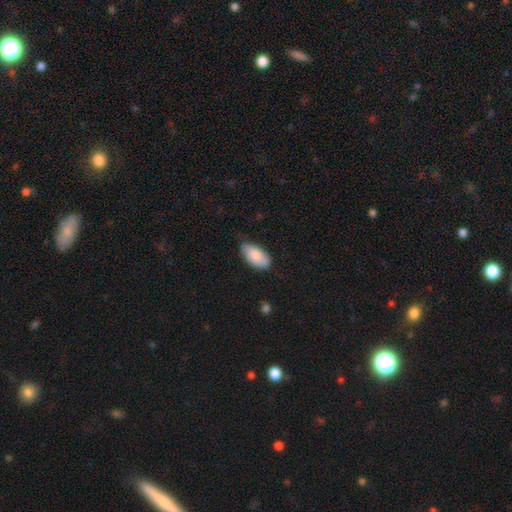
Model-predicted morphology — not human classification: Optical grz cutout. It shows a smooth galaxy with no disk features (84%) that is in between round and cigar-shaped (94%). Merging: none (66%).